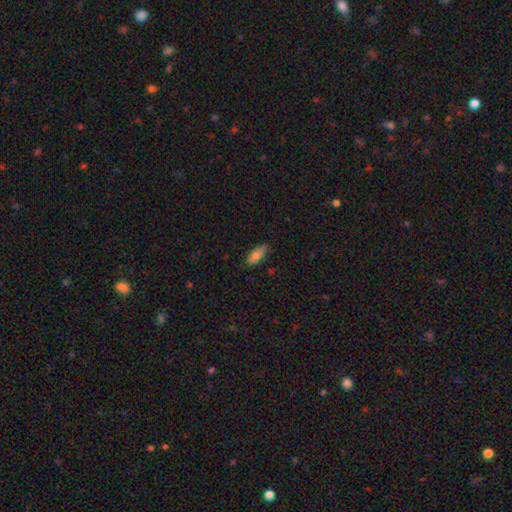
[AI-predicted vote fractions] Q: Smooth or featured?
A: smooth (81%); runner-up: featured or disk (12%)
Q: How rounded?
A: in between (78%); runner-up: cigar-shaped (20%)
Q: Merging?
A: none (77%); runner-up: minor disturbance (19%)